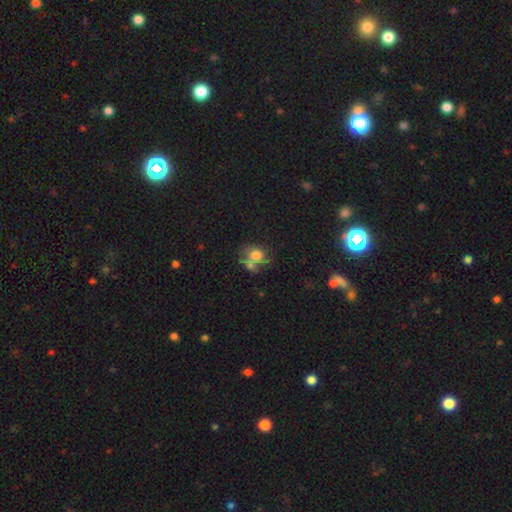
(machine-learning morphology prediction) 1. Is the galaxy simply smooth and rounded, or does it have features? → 64% smooth, 25% featured or disk, 11% star or artifact.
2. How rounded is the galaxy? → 54% round, 45% in between, 1% cigar-shaped.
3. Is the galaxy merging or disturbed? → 44% merger, 29% none, 15% minor disturbance, 12% major disturbance.